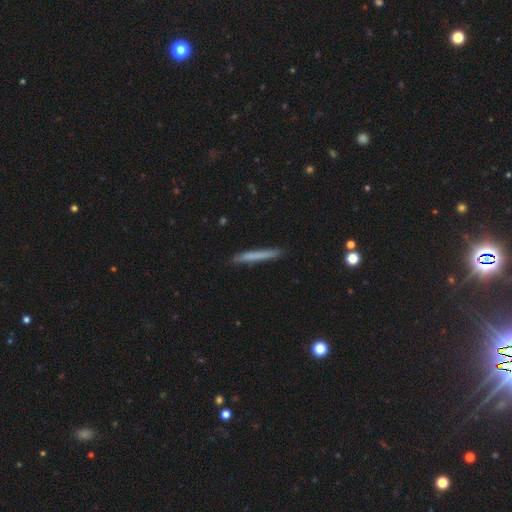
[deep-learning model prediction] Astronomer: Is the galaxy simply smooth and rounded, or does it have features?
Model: smooth — 70%.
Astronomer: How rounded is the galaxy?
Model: cigar-shaped — 96%.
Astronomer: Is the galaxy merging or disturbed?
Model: none — 88%.